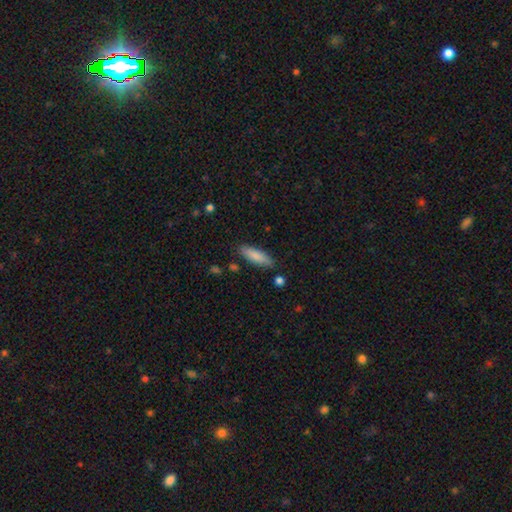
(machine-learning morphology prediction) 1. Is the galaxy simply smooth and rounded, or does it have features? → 85% smooth, 9% featured or disk, 6% star or artifact.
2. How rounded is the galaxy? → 50% cigar-shaped, 48% in between, 2% round.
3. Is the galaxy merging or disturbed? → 84% none, 11% minor disturbance, 2% merger, 2% major disturbance.